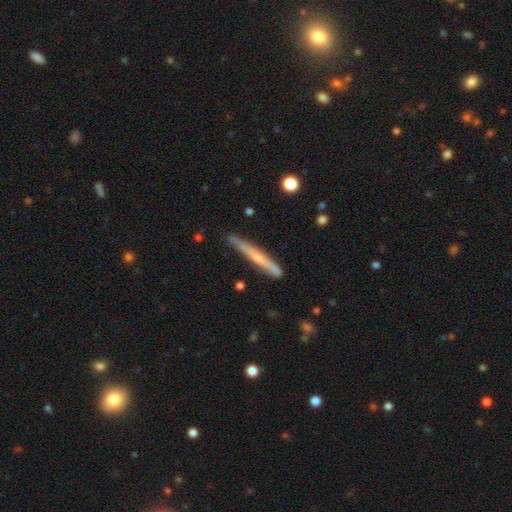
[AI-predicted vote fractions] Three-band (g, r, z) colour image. It shows a featured or disk galaxy (50%). Merging: none (83%).